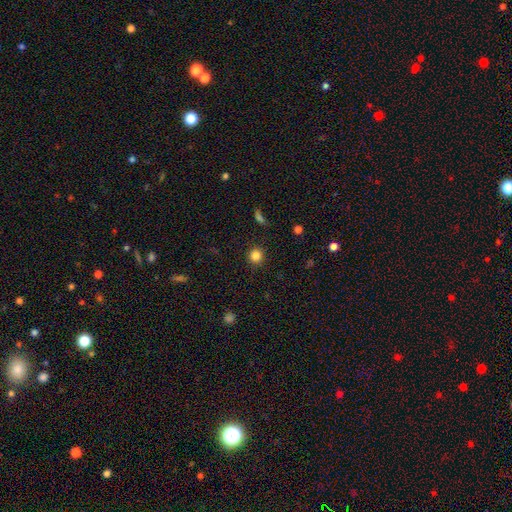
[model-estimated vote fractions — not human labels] smooth-or-featured: smooth: 84% | star or artifact: 12% | featured or disk: 4%
  how-rounded: round: 92% | in between: 7% | cigar-shaped: 1%
  merging: none: 90% | minor disturbance: 6% | major disturbance: 2% | merger: 1%